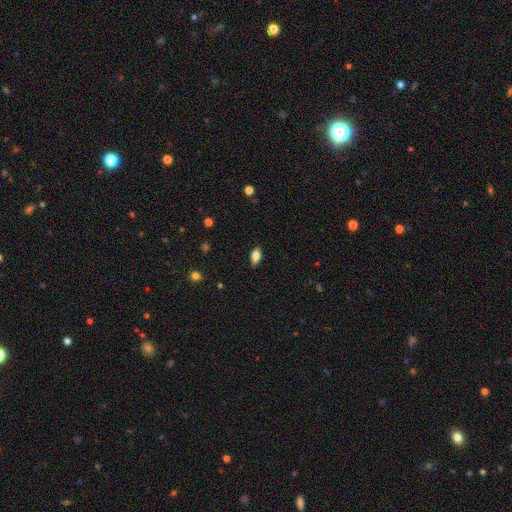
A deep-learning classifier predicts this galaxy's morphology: Smooth or featured: smooth — 75% (featured or disk — 16%)
How rounded: in between — 87% (cigar-shaped — 7%)
Merging: none — 84% (minor disturbance — 13%)